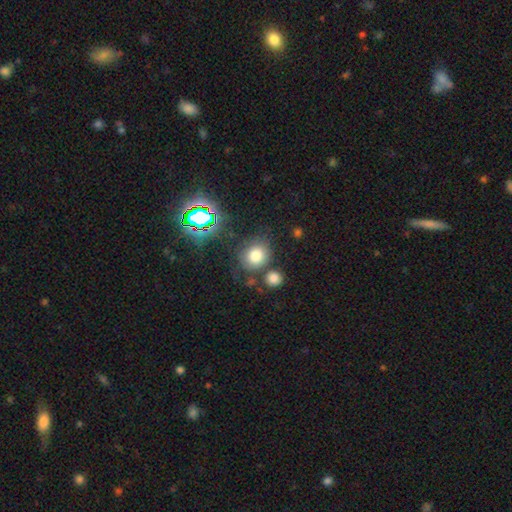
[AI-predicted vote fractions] smooth_or_featured: smooth (p=0.76) [alt: star or artifact p=0.16]
how_rounded: round (p=0.71) [alt: in between p=0.28]
merging: none (p=0.68) [alt: minor disturbance p=0.15]